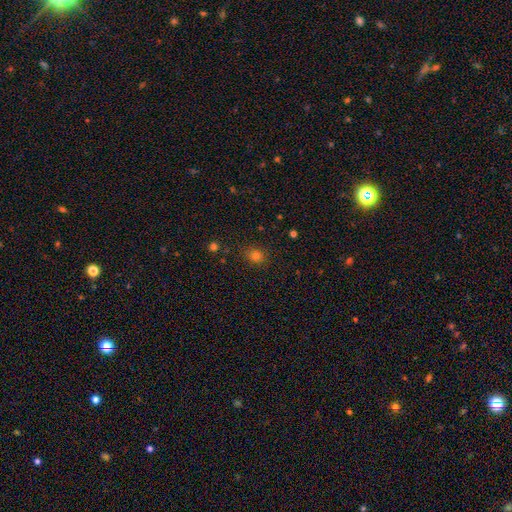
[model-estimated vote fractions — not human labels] smooth_or_featured: smooth (p=0.76) [alt: star or artifact p=0.18]
how_rounded: round (p=0.75) [alt: in between p=0.24]
merging: none (p=0.86) [alt: minor disturbance p=0.10]